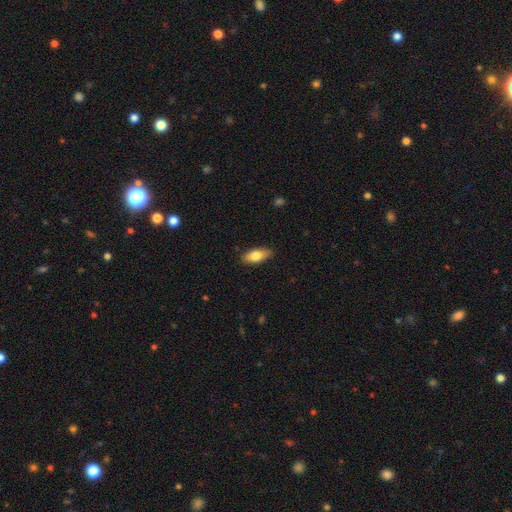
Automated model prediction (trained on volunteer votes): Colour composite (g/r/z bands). It shows a smooth galaxy with no disk features (77%) that is in between round and cigar-shaped (82%). Merging: none (87%).